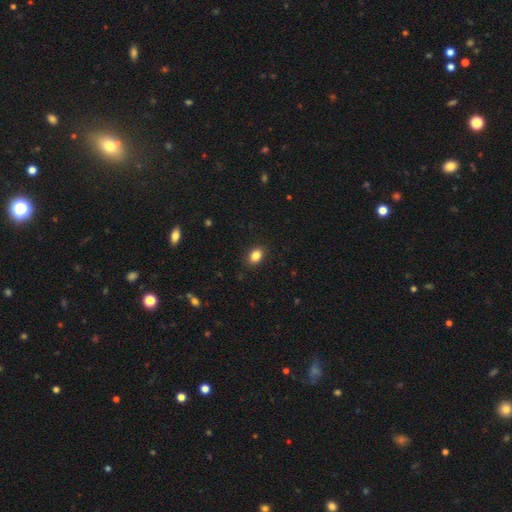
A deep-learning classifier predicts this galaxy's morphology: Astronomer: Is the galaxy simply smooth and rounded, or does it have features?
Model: smooth — 86%.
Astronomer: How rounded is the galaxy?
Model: in between — 71%.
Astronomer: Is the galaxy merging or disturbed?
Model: none — 88%.